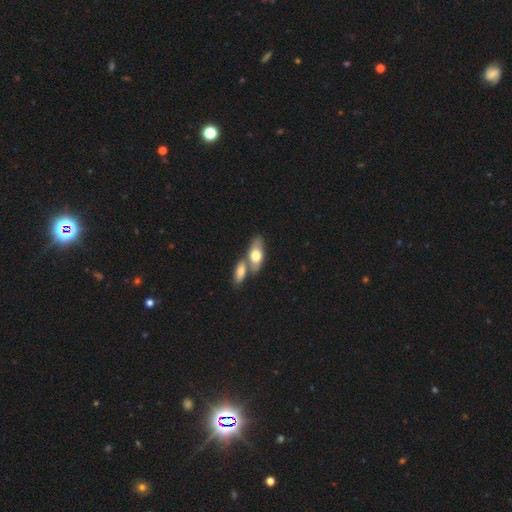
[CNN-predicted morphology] A smooth galaxy with no disk features (65%) that is in between round and cigar-shaped (81%). Merging: merger (47%).